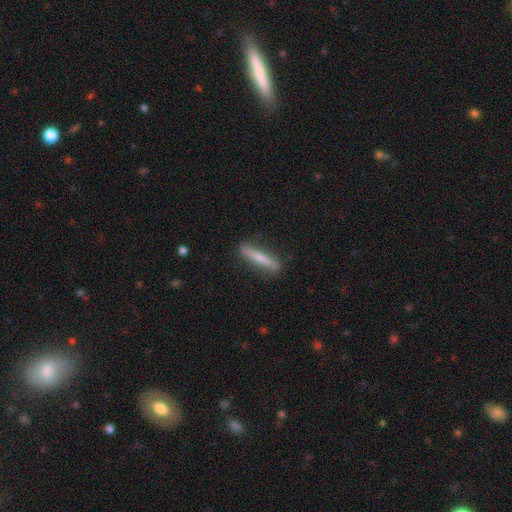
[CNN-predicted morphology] Smooth or featured? Predicted: smooth (p=0.55). How rounded? Predicted: cigar-shaped (p=0.91). Merging? Predicted: none (p=0.86).